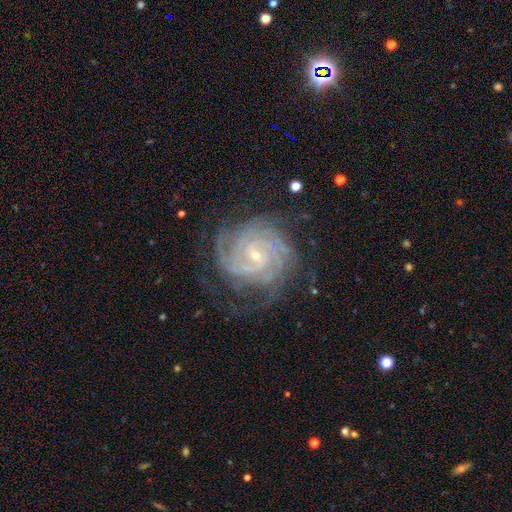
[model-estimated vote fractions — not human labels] Smooth or featured?
  - featured or disk: 90% *
  - star or artifact: 6%
  - smooth: 4%
Edge-on disk?
  - no: 98% *
  - yes: 2%
Bar?
  - no: 49% *
  - weak: 36%
  - strong: 14%
Spiral arms?
  - yes: 98% *
  - no: 2%
Spiral winding?
  - tight: 80% *
  - medium: 17%
  - loose: 3%
Spiral arm count?
  - 4: 24% *
  - can't tell: 21%
  - 3: 17%
  - 2: 17%
  - more than 4: 14%
  - 1: 7%
Bulge size?
  - small: 81% *
  - moderate: 16%
  - none: 1%
  - large: 1%
  - dominant: 1%
Merging?
  - none: 72% *
  - minor disturbance: 18%
  - major disturbance: 9%
  - merger: 1%